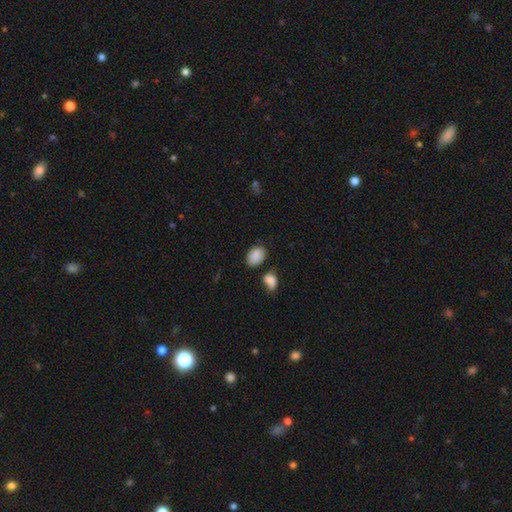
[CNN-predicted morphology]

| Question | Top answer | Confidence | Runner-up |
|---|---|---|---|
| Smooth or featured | smooth | 85% | star or artifact (8%) |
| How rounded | in between | 82% | round (16%) |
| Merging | none | 67% | minor disturbance (18%) |